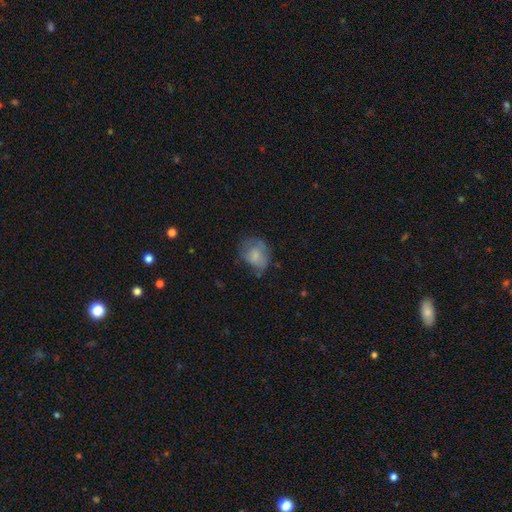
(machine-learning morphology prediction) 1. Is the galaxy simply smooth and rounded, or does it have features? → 71% smooth, 20% featured or disk, 9% star or artifact.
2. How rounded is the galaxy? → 51% in between, 48% round, 1% cigar-shaped.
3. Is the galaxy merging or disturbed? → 43% none, 33% minor disturbance, 21% major disturbance, 3% merger.